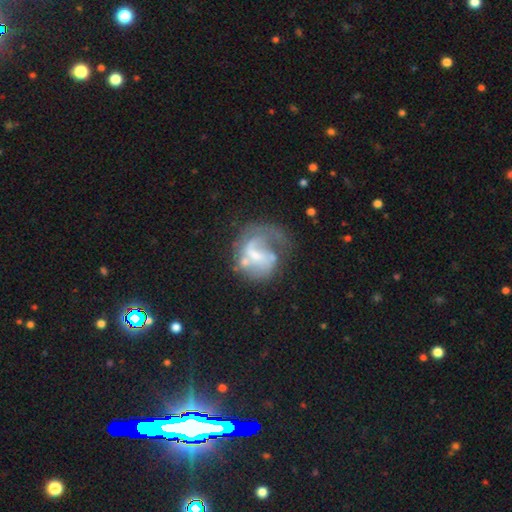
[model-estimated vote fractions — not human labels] Smooth or featured? Predicted: featured or disk (p=0.69). Edge-on disk? Predicted: no (p=0.98). Bar? Predicted: weak (p=0.45). Spiral arms? Predicted: yes (p=0.74). Bulge size? Predicted: small (p=0.35). Merging? Predicted: major disturbance (p=0.40).